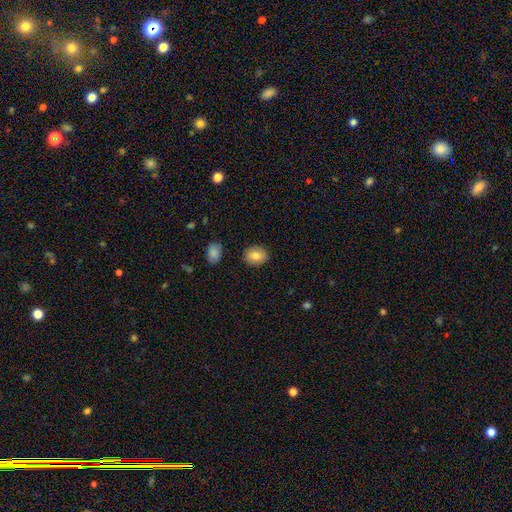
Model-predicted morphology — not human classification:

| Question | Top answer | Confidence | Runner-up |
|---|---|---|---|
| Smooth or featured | smooth | 82% | featured or disk (10%) |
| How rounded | round | 58% | in between (40%) |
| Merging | none | 88% | minor disturbance (8%) |